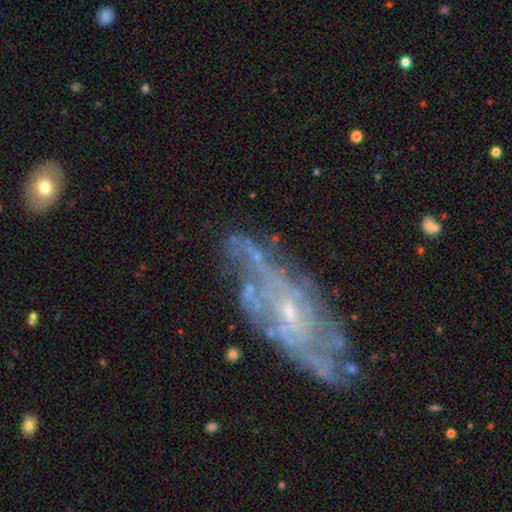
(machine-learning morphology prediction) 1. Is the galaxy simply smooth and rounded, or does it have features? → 69% featured or disk, 17% smooth, 14% star or artifact.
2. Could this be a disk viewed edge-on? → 92% no, 8% yes.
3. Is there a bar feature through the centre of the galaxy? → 61% no, 29% weak, 9% strong.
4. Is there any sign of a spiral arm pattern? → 53% yes, 47% no.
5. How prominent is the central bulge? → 55% small, 25% moderate, 16% none, 2% large, 1% dominant.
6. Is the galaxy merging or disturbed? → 41% none, 30% major disturbance, 19% minor disturbance, 10% merger.